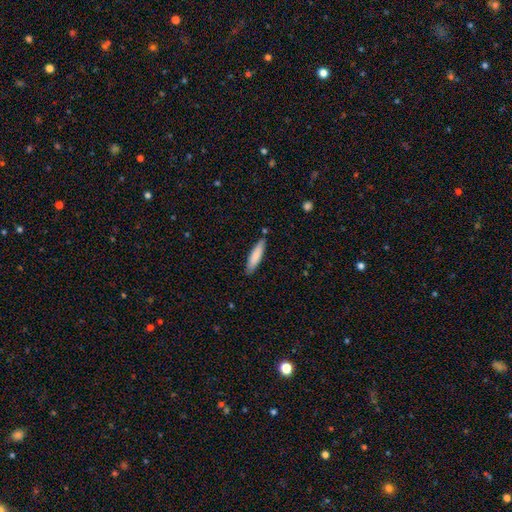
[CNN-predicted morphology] A smooth galaxy with no disk features (82%) that is cigar-shaped (79%).

Vote fractions:
- Smooth or featured? smooth: 82% / featured or disk: 13% / star or artifact: 6%
- How rounded? cigar-shaped: 79% / in between: 19% / round: 1%
- Merging? none: 83% / minor disturbance: 12% / merger: 3% / major disturbance: 2%